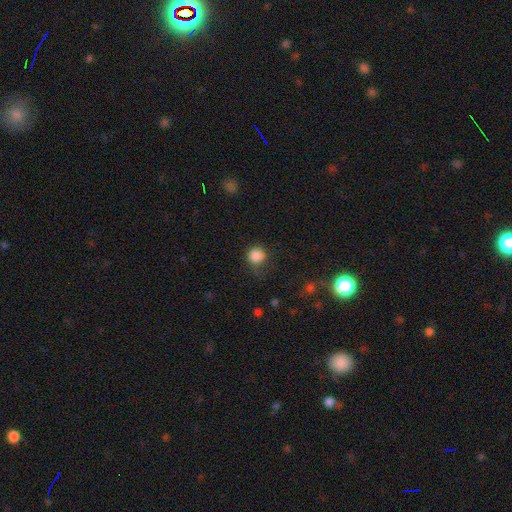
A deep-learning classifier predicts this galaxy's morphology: Overall: smooth (85%). How rounded: round (88%). Merging: none (67%).